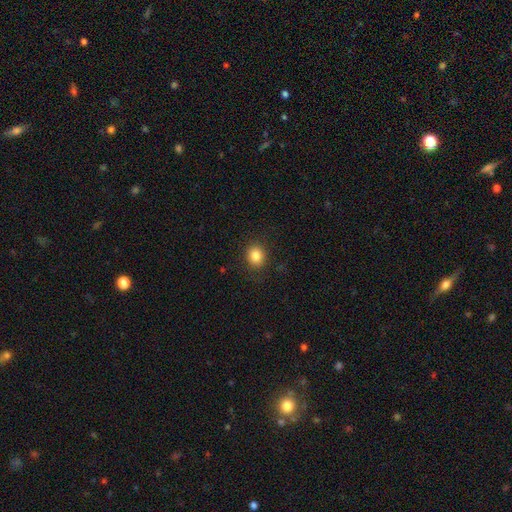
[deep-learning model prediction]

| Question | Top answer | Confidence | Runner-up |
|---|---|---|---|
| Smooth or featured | smooth | 84% | star or artifact (10%) |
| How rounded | round | 73% | in between (26%) |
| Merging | none | 87% | minor disturbance (9%) |